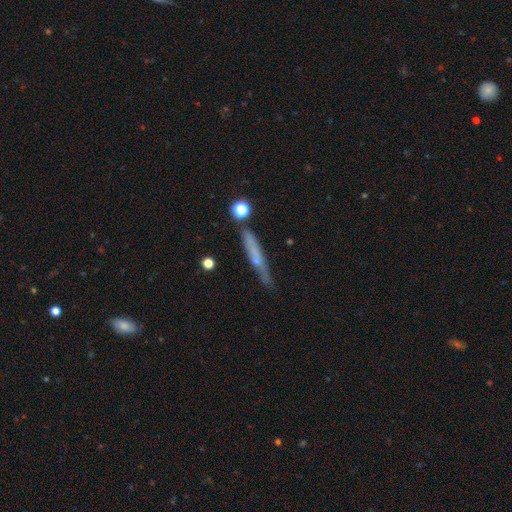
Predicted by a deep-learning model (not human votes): featured or disk 46%, smooth 43%, star or artifact 11%. Down the decision tree: merging — none (76%).